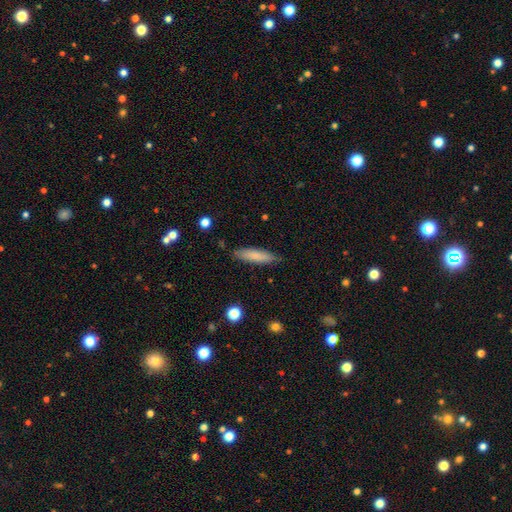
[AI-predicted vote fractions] A smooth galaxy with no disk features (79%) that is cigar-shaped (77%). Merging: none (86%).